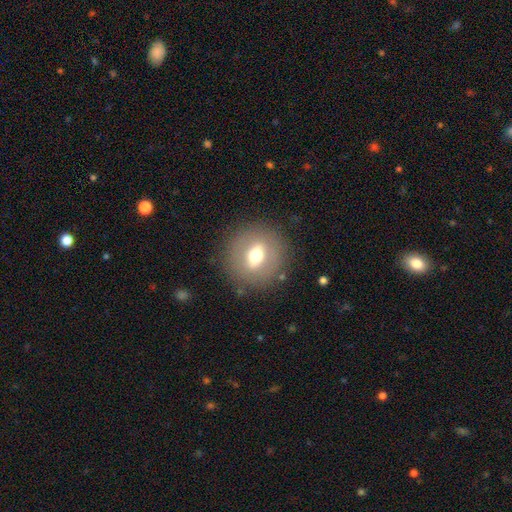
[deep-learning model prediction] Smooth or featured? smooth (50%)
Merging? none (85%)